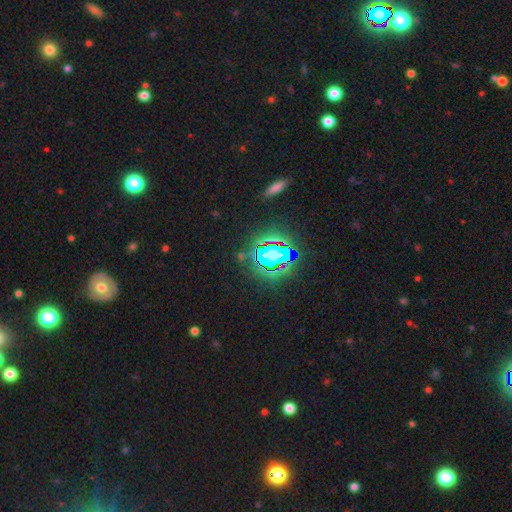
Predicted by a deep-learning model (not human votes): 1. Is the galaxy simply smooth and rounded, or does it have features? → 80% star or artifact, 12% smooth, 8% featured or disk.